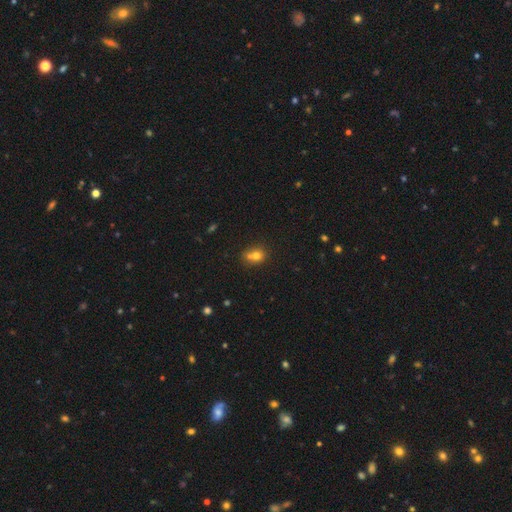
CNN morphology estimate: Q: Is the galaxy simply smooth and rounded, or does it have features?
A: smooth — 72%.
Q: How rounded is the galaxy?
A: round — 64%.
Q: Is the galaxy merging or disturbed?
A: merger — 47%.